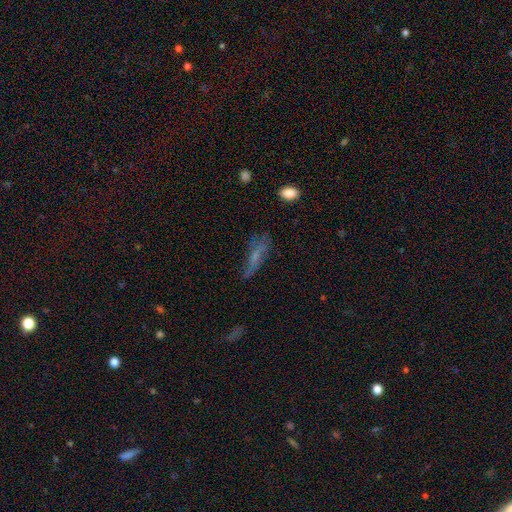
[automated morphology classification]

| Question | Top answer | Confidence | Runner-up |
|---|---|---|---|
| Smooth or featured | smooth | 47% | featured or disk (39%) |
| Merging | none | 51% | minor disturbance (26%) |